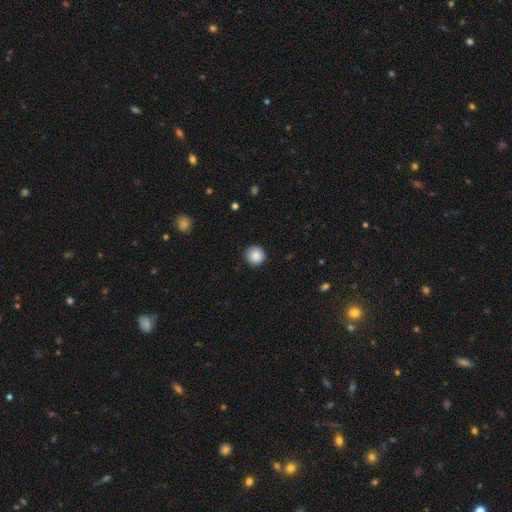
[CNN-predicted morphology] smooth-or-featured: smooth: 87% | star or artifact: 8% | featured or disk: 4%
  how-rounded: round: 95% | in between: 4% | cigar-shaped: 1%
  merging: none: 90% | minor disturbance: 7% | major disturbance: 2% | merger: 1%